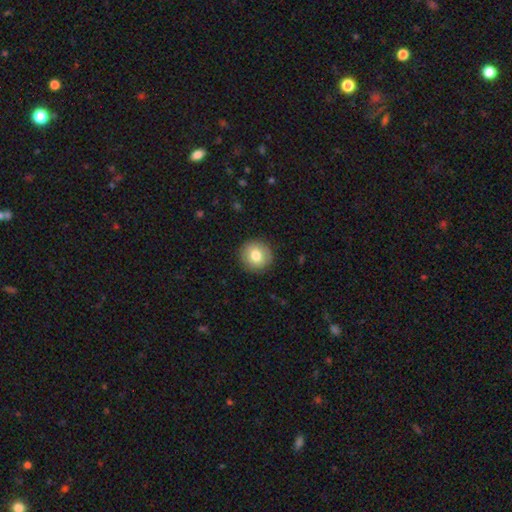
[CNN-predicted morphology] This is clearly a smooth galaxy (80%). How rounded: clearly round (92%). Merging: clearly none (91%).